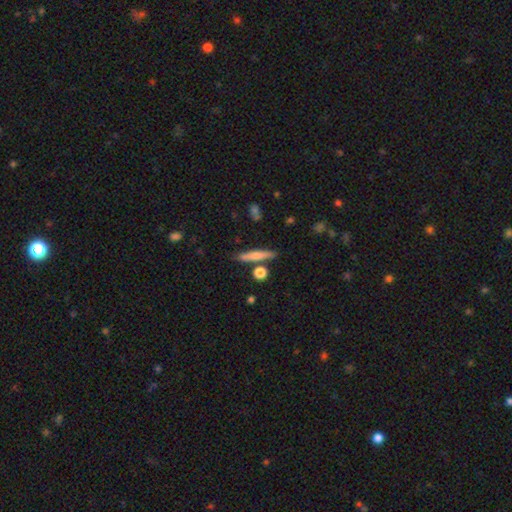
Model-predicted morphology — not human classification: A smooth galaxy with no disk features (67%) that is cigar-shaped (86%). Merging: none (81%).